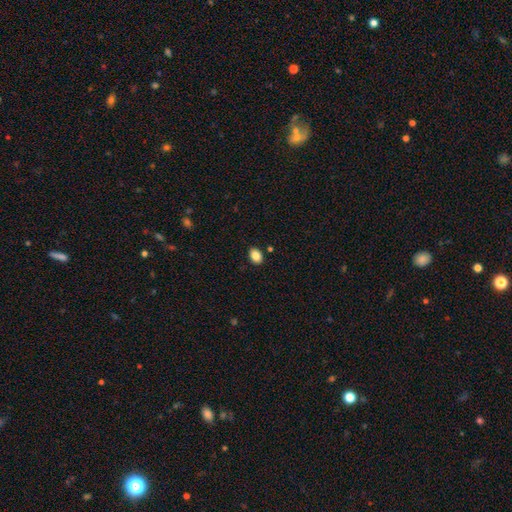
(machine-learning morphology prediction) The model was most divided on "how rounded": in between: 76%, round: 23%, cigar-shaped: 1%. More confident: merging — none (87%); smooth or featured — smooth (86%).